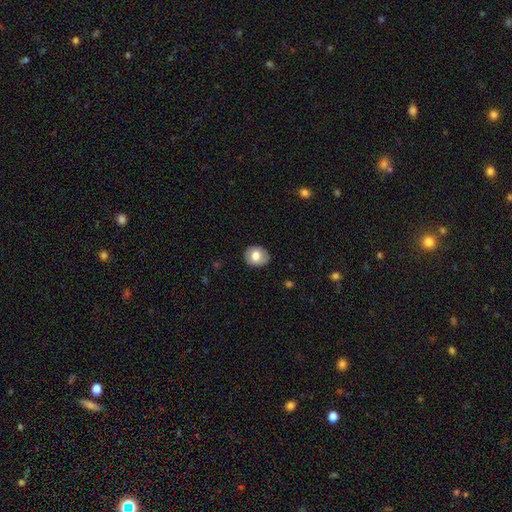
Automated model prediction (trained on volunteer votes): Morphology: type=smooth (73%); roundness=round (59%); merging=none (86%).